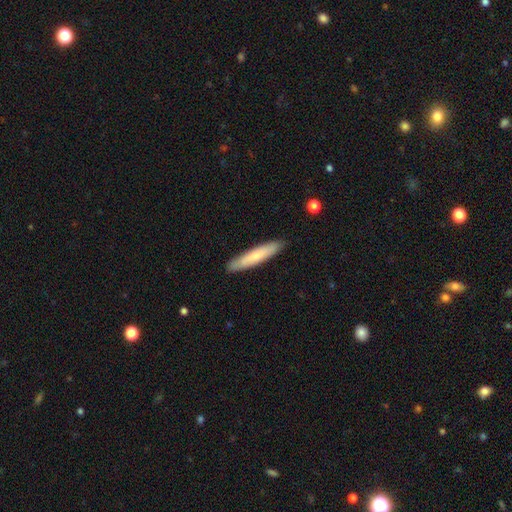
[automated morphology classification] This is likely a smooth galaxy (68%). How rounded: clearly cigar-shaped (90%). Merging: clearly none (89%).